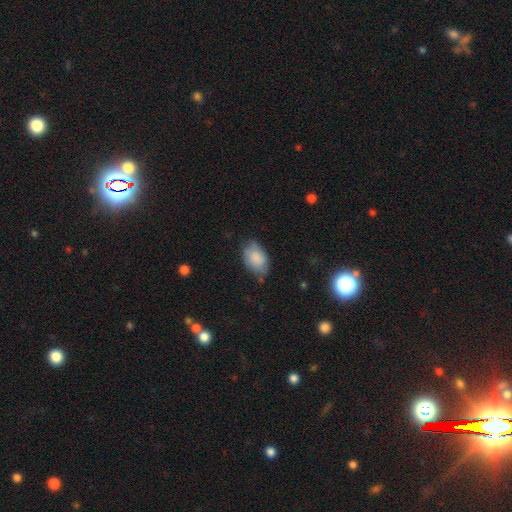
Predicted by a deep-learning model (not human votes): Overall: smooth (84%). How rounded: in between (90%). Merging: none (64%; minor disturbance 28%).